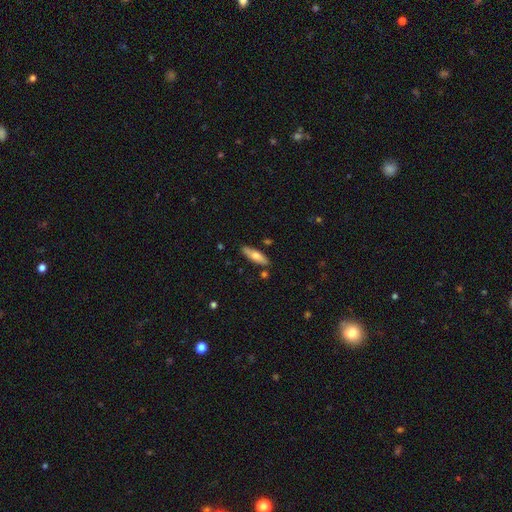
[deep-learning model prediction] Q: Smooth or featured?
A: smooth (65%); runner-up: featured or disk (30%)
Q: How rounded?
A: cigar-shaped (59%); runner-up: in between (39%)
Q: Merging?
A: none (83%); runner-up: minor disturbance (11%)